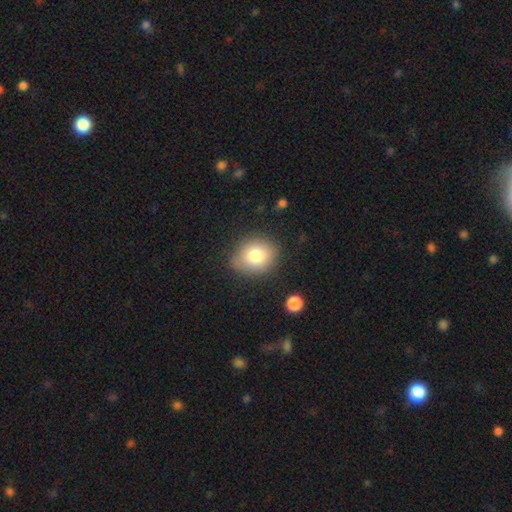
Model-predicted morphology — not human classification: A smooth galaxy with no disk features (79%) that is round (65%). Merging: none (80%).